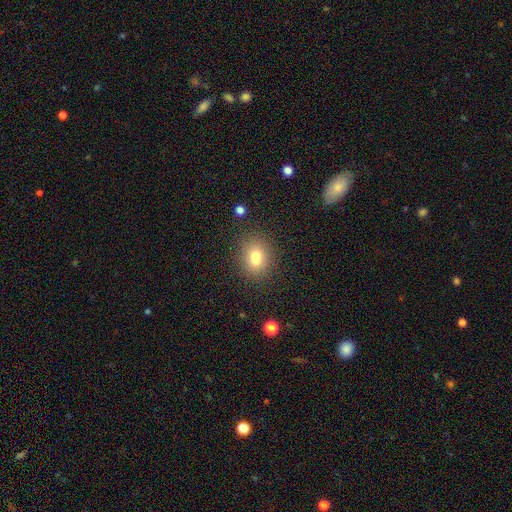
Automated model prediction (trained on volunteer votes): Smooth or featured? smooth (73%)
How rounded? in between (53%)
Merging? none (58%)